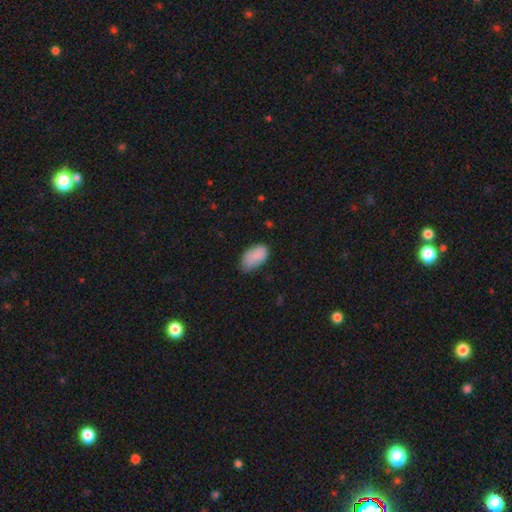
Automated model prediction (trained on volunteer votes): smooth-or-featured: smooth: 86% | star or artifact: 7% | featured or disk: 7%
  how-rounded: in between: 94% | round: 5% | cigar-shaped: 2%
  merging: none: 52% | minor disturbance: 38% | major disturbance: 8% | merger: 2%